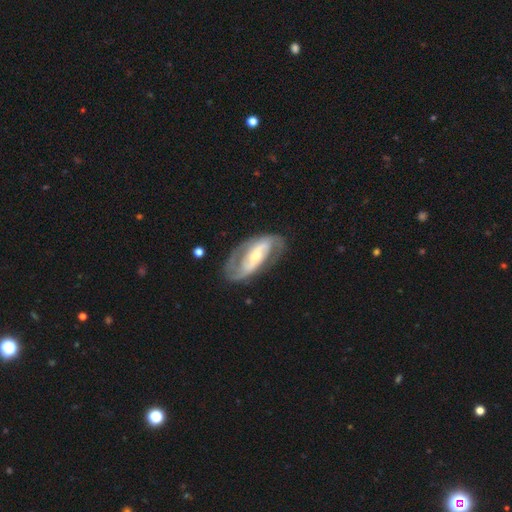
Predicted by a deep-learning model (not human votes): This is clearly a featured or disk galaxy (85%). It is clearly not viewed edge-on (94%). Bar: possibly strong (52%). Spiral arm pattern: clearly yes (91%). Spiral arm count: clearly 2 (85%). Spiral winding: marginally medium (45%). Central bulge: possibly moderate (52%). Merging: likely none (74%).